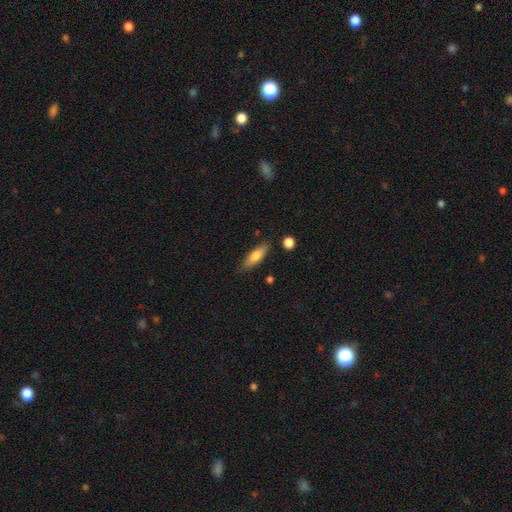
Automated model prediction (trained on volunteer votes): A smooth galaxy with no disk features (71%) that is cigar-shaped (50%).

Vote fractions:
- Smooth or featured? smooth: 71% / featured or disk: 23% / star or artifact: 7%
- How rounded? cigar-shaped: 50% / in between: 47% / round: 2%
- Merging? none: 82% / minor disturbance: 13% / merger: 3% / major disturbance: 3%